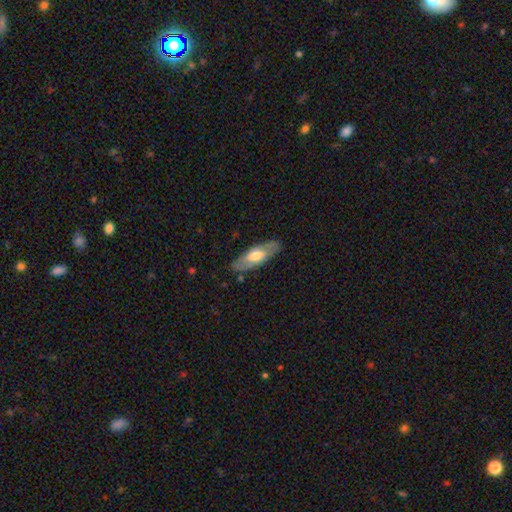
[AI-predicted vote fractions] A smooth galaxy with no disk features (49%).

Vote fractions:
- Smooth or featured? smooth: 49% / featured or disk: 45% / star or artifact: 5%
- Merging? none: 82% / minor disturbance: 13% / major disturbance: 3% / merger: 1%